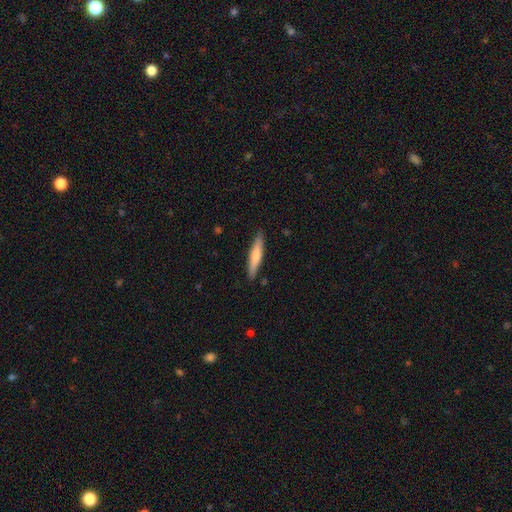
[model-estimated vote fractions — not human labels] smooth 67%, featured or disk 28%, star or artifact 5%. Down the decision tree: how rounded — cigar-shaped (87%); merging — none (88%).